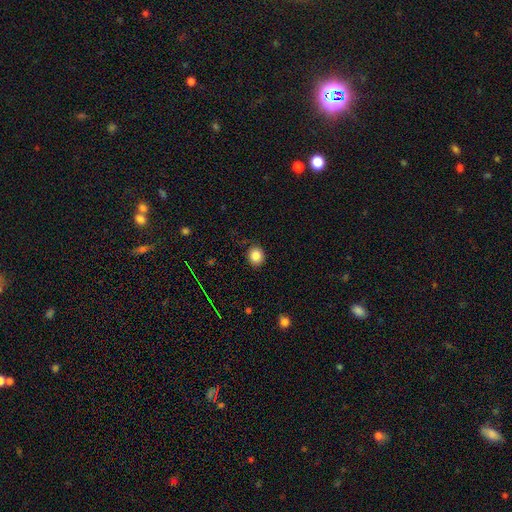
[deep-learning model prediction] smooth-or-featured: smooth: 84% | star or artifact: 11% | featured or disk: 5%
  how-rounded: round: 81% | in between: 18% | cigar-shaped: 1%
  merging: none: 86% | minor disturbance: 10% | major disturbance: 2% | merger: 1%